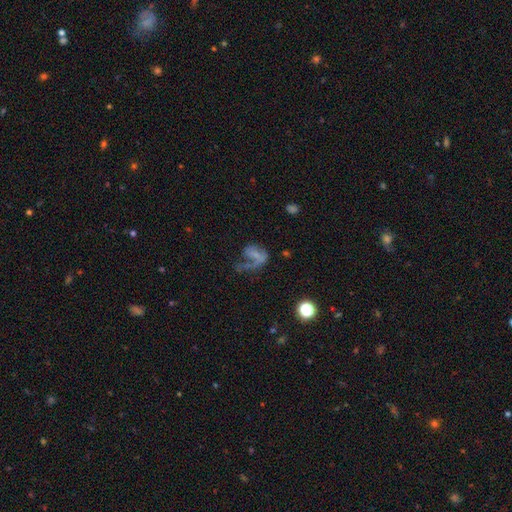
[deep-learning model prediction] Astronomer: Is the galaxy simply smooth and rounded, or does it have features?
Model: featured or disk — 47% (runner-up: smooth, 37%).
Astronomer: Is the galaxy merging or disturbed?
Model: major disturbance — 49%.